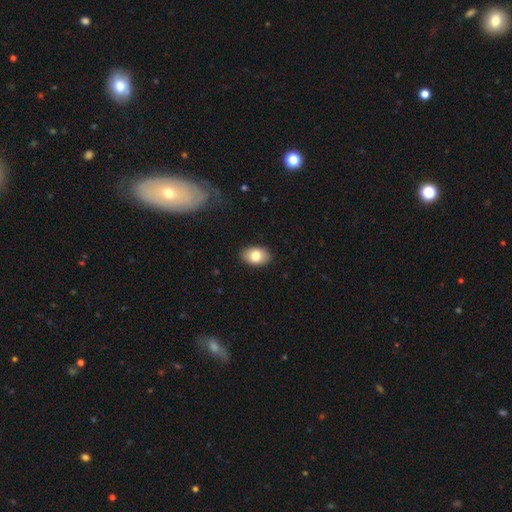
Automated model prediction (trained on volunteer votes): Morphology: type=smooth (82%); roundness=in between (85%); merging=none (88%).